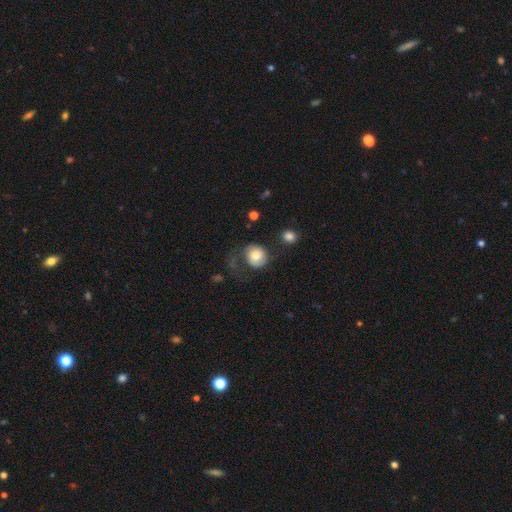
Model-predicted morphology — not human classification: Q: Smooth or featured?
A: smooth (71%); runner-up: featured or disk (22%)
Q: How rounded?
A: round (81%); runner-up: in between (19%)
Q: Merging?
A: none (47%); runner-up: major disturbance (29%)